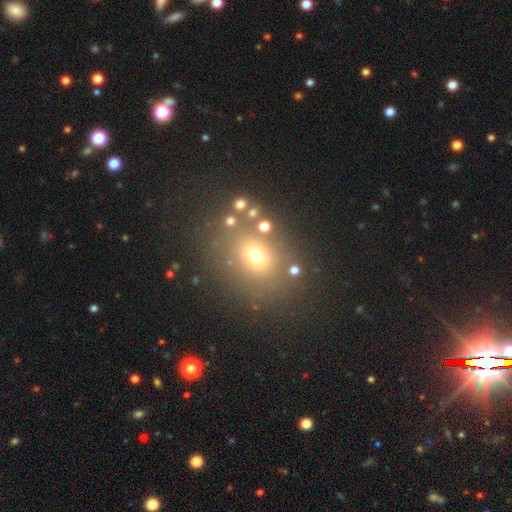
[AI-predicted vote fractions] This is likely a smooth galaxy (63%). How rounded: possibly round (56%). Merging: likely none (76%).